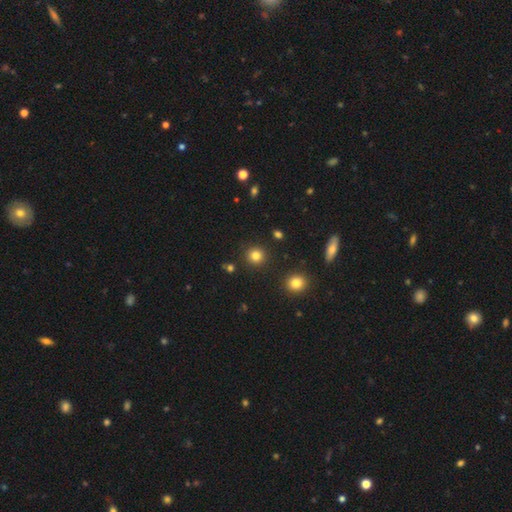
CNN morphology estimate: Smooth or featured? Predicted: smooth (p=0.83). How rounded? Predicted: round (p=0.93). Merging? Predicted: none (p=0.90).